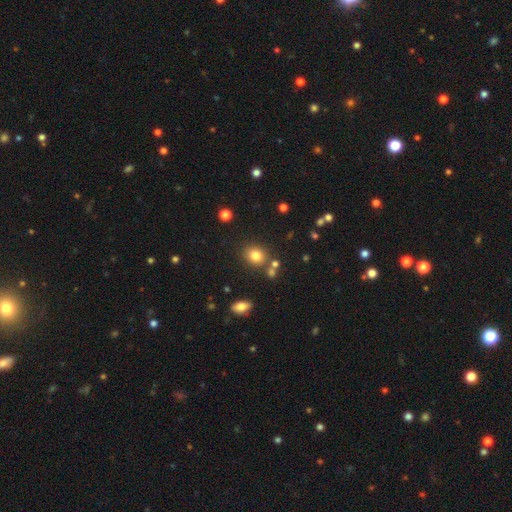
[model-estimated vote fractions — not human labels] Morphology: type=smooth (80%); roundness=round (67%); merging=none (77%).